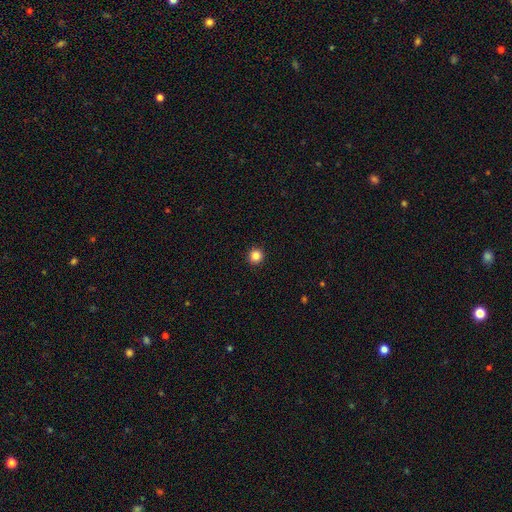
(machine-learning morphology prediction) Smooth or featured?
  - smooth: 85% *
  - star or artifact: 11%
  - featured or disk: 4%
How rounded?
  - round: 95% *
  - in between: 4%
  - cigar-shaped: 1%
Merging?
  - none: 93% *
  - minor disturbance: 5%
  - major disturbance: 2%
  - merger: 1%